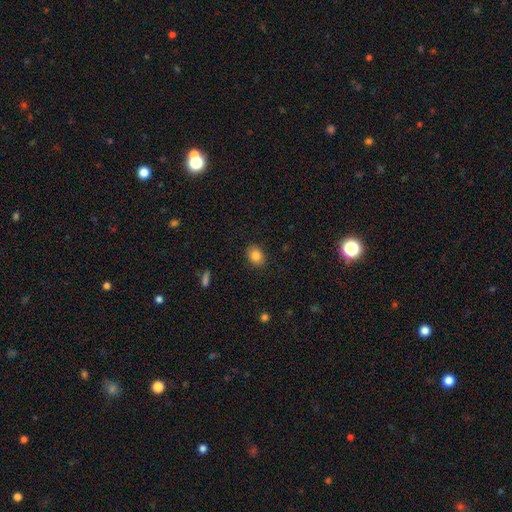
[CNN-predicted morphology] Smooth or featured?
  - smooth: 83% *
  - star or artifact: 9%
  - featured or disk: 7%
How rounded?
  - in between: 60% *
  - round: 39%
  - cigar-shaped: 1%
Merging?
  - none: 88% *
  - minor disturbance: 9%
  - major disturbance: 2%
  - merger: 1%